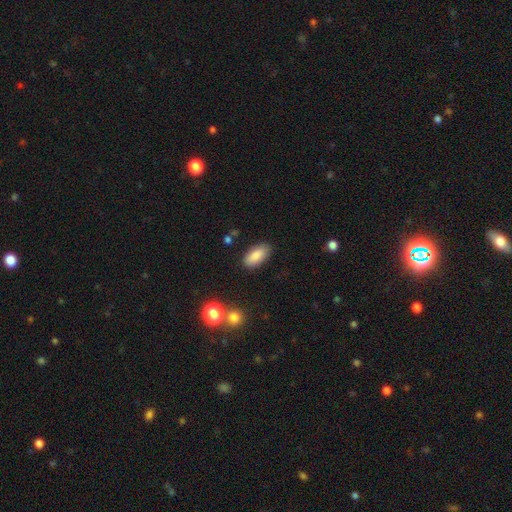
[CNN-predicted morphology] smooth 86%, star or artifact 7%, featured or disk 7%. Down the decision tree: how rounded — in between (90%); merging — none (85%).